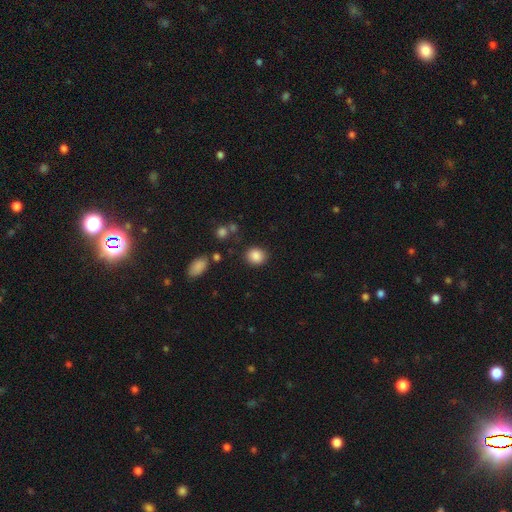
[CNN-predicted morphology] Smooth or featured? smooth (87%)
How rounded? round (70%)
Merging? none (85%)